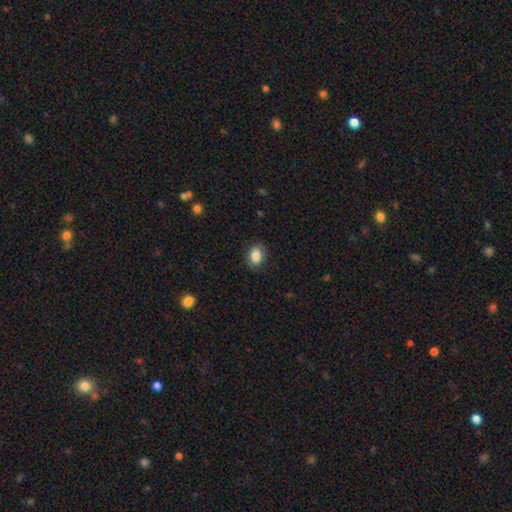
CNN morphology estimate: A smooth galaxy with no disk features (85%) that is in between round and cigar-shaped (75%).

Vote fractions:
- Smooth or featured? smooth: 85% / star or artifact: 8% / featured or disk: 7%
- How rounded? in between: 75% / round: 24% / cigar-shaped: 1%
- Merging? none: 85% / minor disturbance: 11% / major disturbance: 3% / merger: 1%